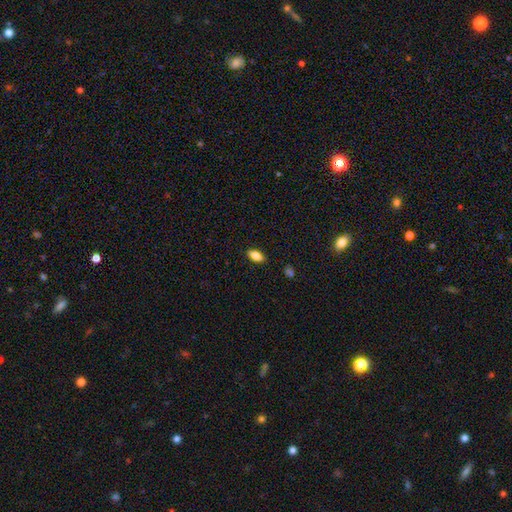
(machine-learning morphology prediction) Smooth or featured? smooth (80%)
How rounded? in between (88%)
Merging? none (88%)